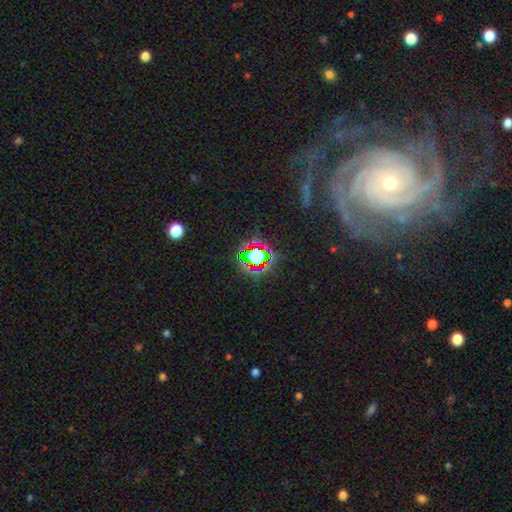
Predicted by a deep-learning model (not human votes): Morphology: type=star or artifact (68%).